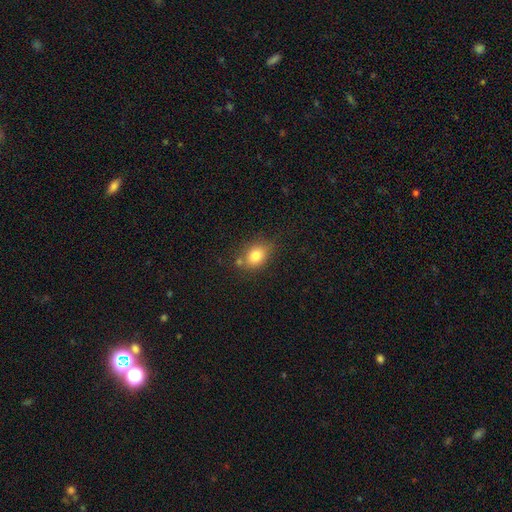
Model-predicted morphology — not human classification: type=smooth (80%); roundness=in between (67%); merging=none (65%).